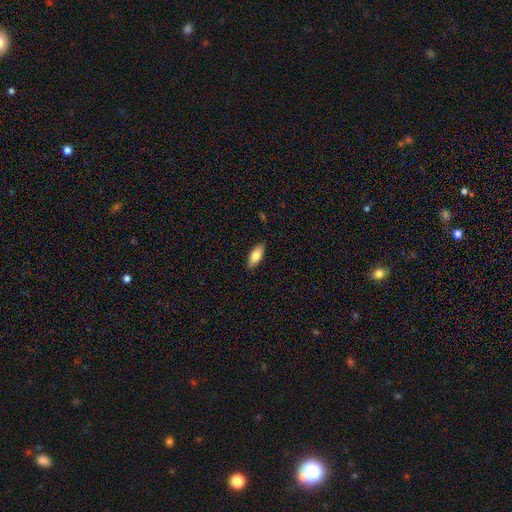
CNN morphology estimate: Smooth or featured? Predicted: smooth (p=0.76). How rounded? Predicted: in between (p=0.74). Merging? Predicted: none (p=0.87).